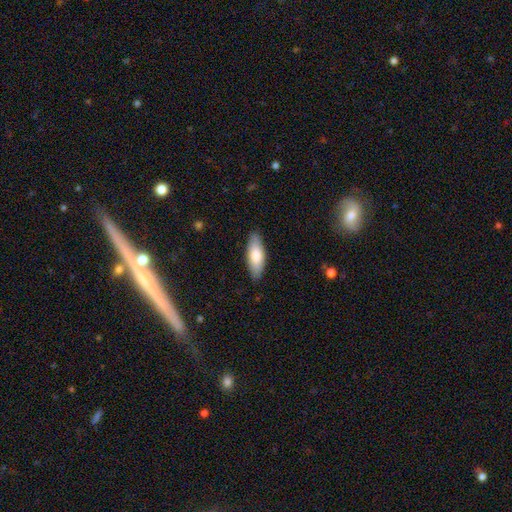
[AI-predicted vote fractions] smooth_or_featured: smooth (p=0.78) [alt: featured or disk p=0.17]
how_rounded: in between (p=0.69) [alt: cigar-shaped p=0.29]
merging: none (p=0.86) [alt: minor disturbance p=0.11]